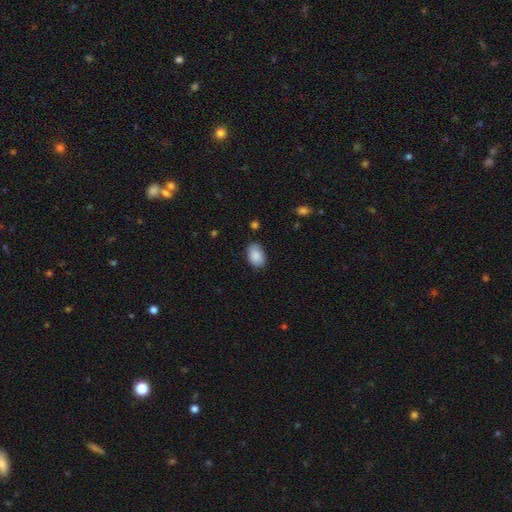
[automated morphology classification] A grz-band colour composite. It shows a smooth galaxy with no disk features (89%) that is in between round and cigar-shaped (89%). Merging: none (82%).